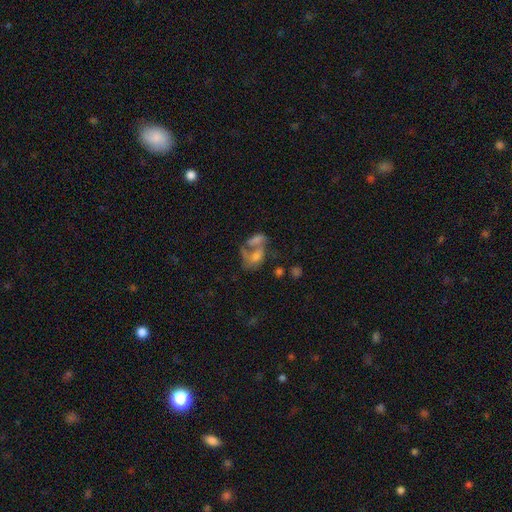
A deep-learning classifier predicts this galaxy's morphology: Smooth or featured?
  - smooth: 44% *
  - featured or disk: 38%
  - star or artifact: 17%
Merging?
  - merger: 57% *
  - none: 20%
  - major disturbance: 15%
  - minor disturbance: 9%